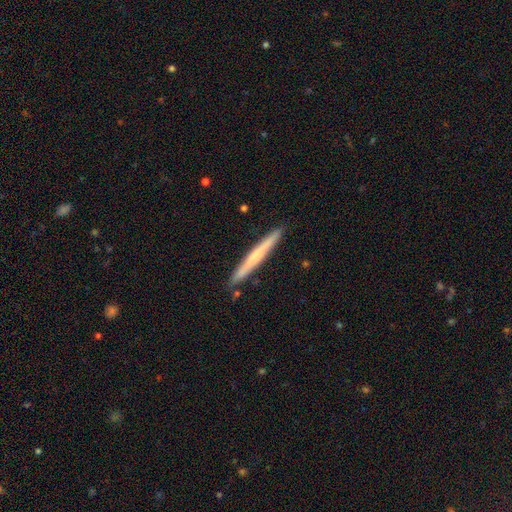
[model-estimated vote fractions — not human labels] Smooth or featured?
  - smooth: 50% *
  - featured or disk: 45%
  - star or artifact: 5%
Merging?
  - none: 90% *
  - minor disturbance: 7%
  - merger: 1%
  - major disturbance: 1%